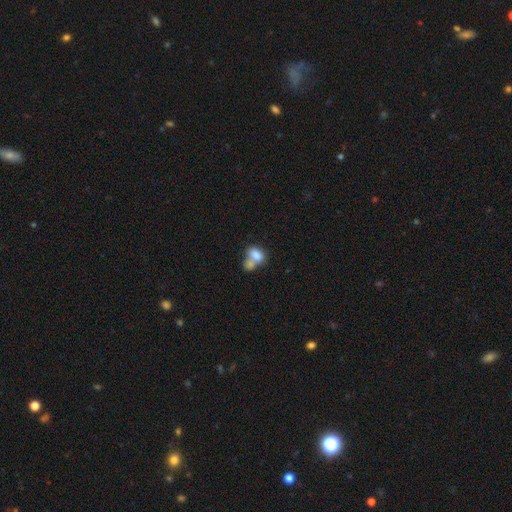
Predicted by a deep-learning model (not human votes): Smooth or featured? smooth (78%)
How rounded? in between (75%)
Merging? merger (65%)